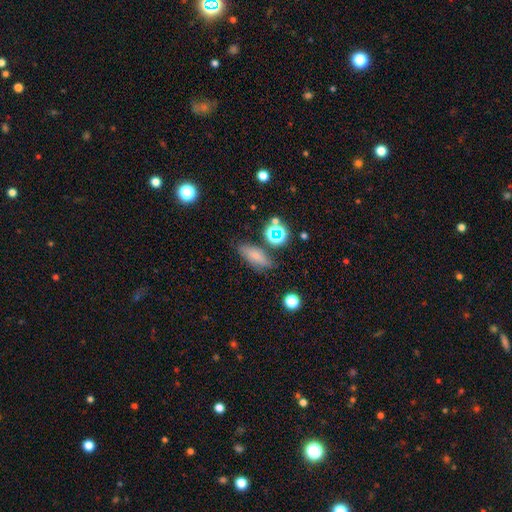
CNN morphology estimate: The model was most divided on "how rounded": in between: 67%, cigar-shaped: 26%, round: 8%. More confident: merging — none (71%); smooth or featured — smooth (67%).